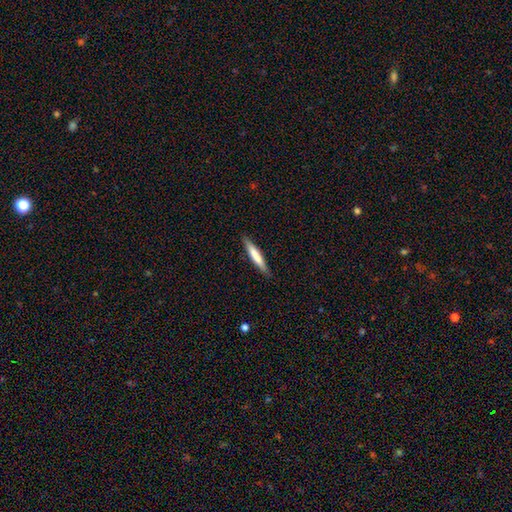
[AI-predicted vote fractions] This is likely a smooth galaxy (68%). How rounded: clearly cigar-shaped (93%). Merging: clearly none (89%).